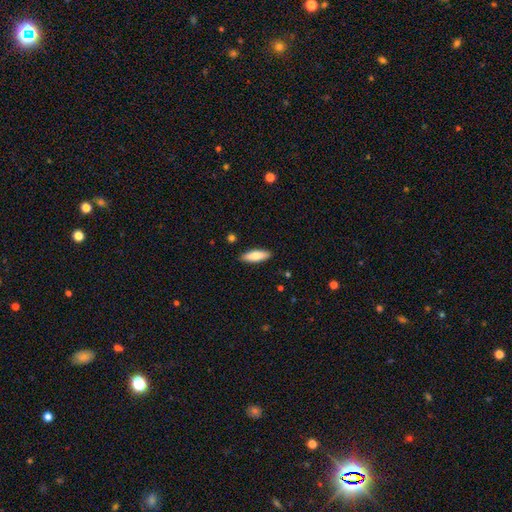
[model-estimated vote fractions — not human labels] The model was most divided on "how rounded": in between: 53%, cigar-shaped: 45%, round: 2%. More confident: merging — none (89%); smooth or featured — smooth (78%).